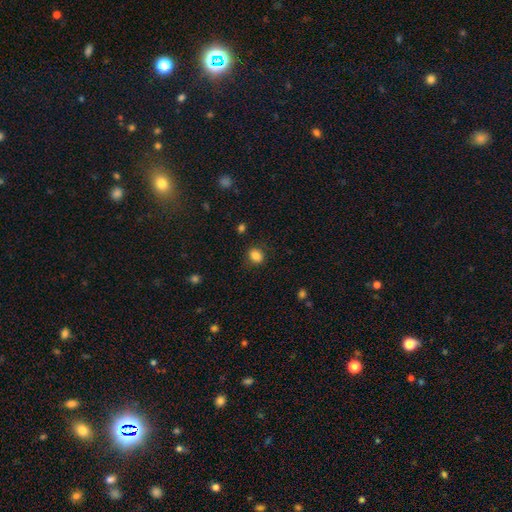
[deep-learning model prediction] Q: Smooth or featured?
A: smooth (85%); runner-up: star or artifact (10%)
Q: How rounded?
A: in between (50%); runner-up: round (49%)
Q: Merging?
A: none (83%); runner-up: minor disturbance (11%)